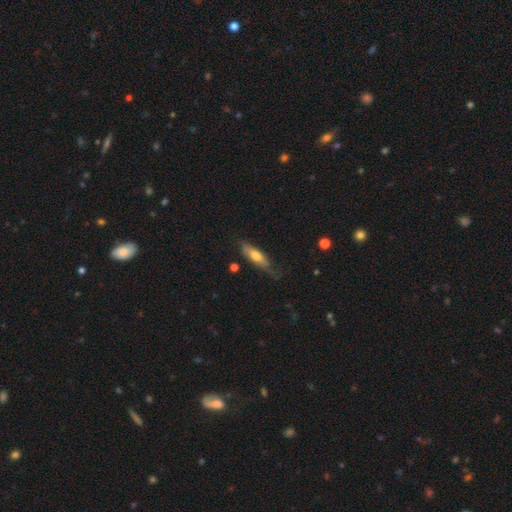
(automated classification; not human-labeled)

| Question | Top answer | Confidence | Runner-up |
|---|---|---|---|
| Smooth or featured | smooth | 59% | featured or disk (35%) |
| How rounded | cigar-shaped | 52% | in between (46%) |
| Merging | none | 54% | minor disturbance (31%) |